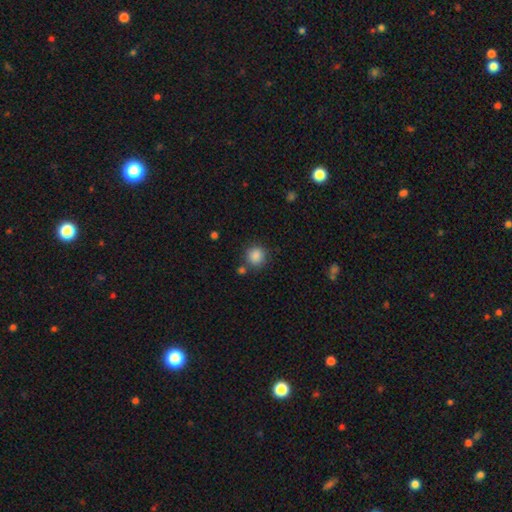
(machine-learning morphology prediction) This is clearly a smooth galaxy (87%). How rounded: clearly round (90%). Merging: likely none (77%).